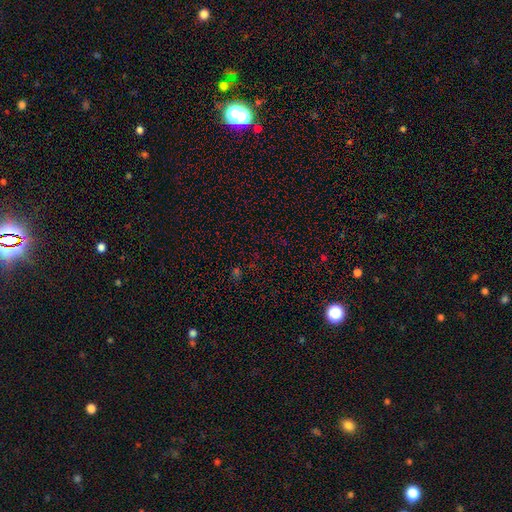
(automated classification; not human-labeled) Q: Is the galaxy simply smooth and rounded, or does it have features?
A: star or artifact — 62%.